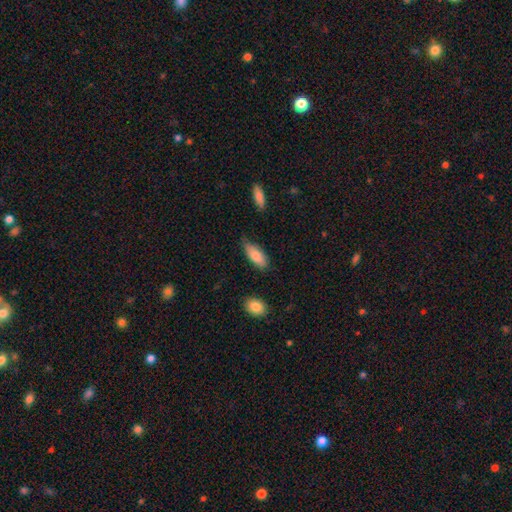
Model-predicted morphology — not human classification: type=smooth (82%); roundness=in between (78%); merging=none (70%).